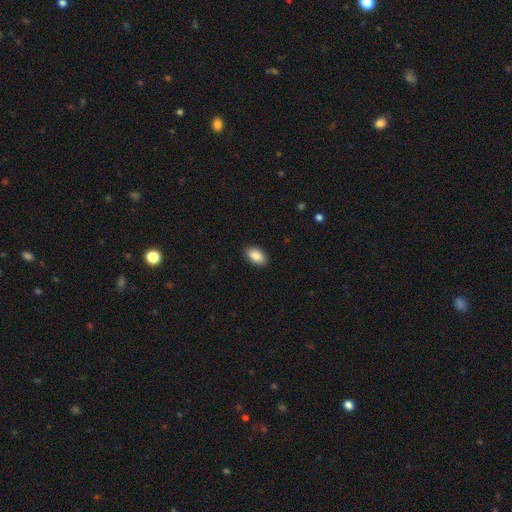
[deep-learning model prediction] smooth 87%, star or artifact 7%, featured or disk 5%. Down the decision tree: how rounded — in between (92%); merging — none (90%).